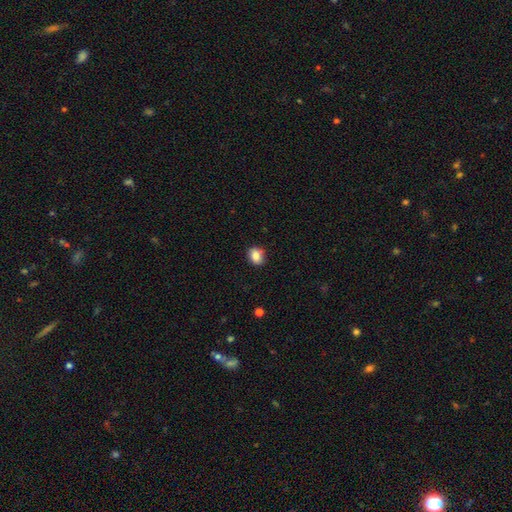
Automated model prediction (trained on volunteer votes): smooth_or_featured: smooth (p=0.84) [alt: star or artifact p=0.09]
how_rounded: round (p=0.53) [alt: in between p=0.46]
merging: none (p=0.81) [alt: minor disturbance p=0.15]